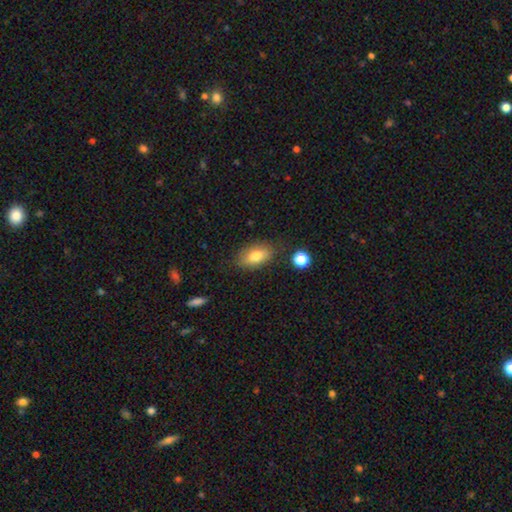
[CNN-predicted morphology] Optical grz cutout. It shows a smooth galaxy with no disk features (78%) that is in between round and cigar-shaped (90%). Merging: none (78%).